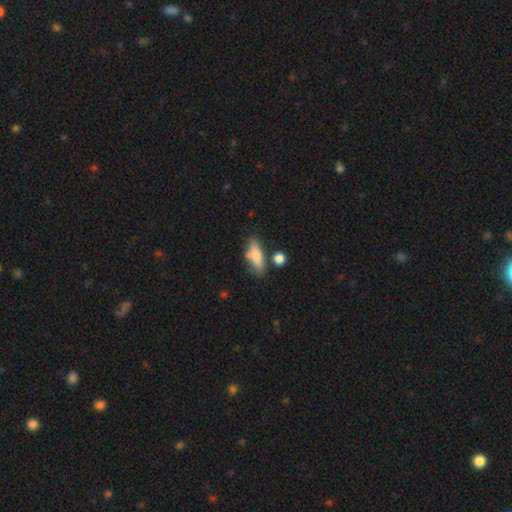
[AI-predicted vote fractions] A smooth galaxy with no disk features (72%) that is in between round and cigar-shaped (56%).

Vote fractions:
- Smooth or featured? smooth: 72% / featured or disk: 21% / star or artifact: 8%
- How rounded? in between: 56% / cigar-shaped: 40% / round: 4%
- Merging? none: 61% / minor disturbance: 19% / merger: 14% / major disturbance: 6%